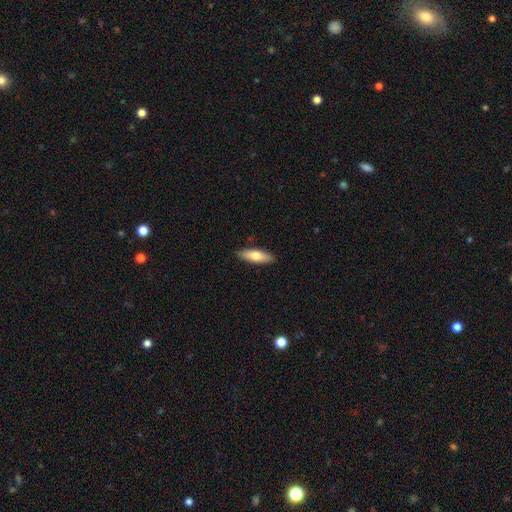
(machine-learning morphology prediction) This appears to be a smooth galaxy with no disk features (68%) that is in between round and cigar-shaped (51%). Merging: none (89%).